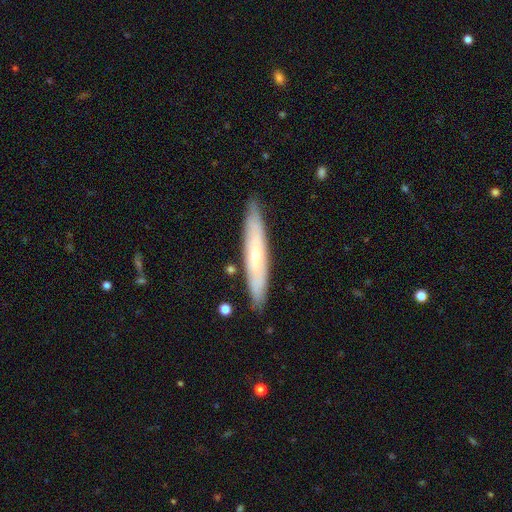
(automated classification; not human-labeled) A featured or disk galaxy (49%). Merging: none (87%).